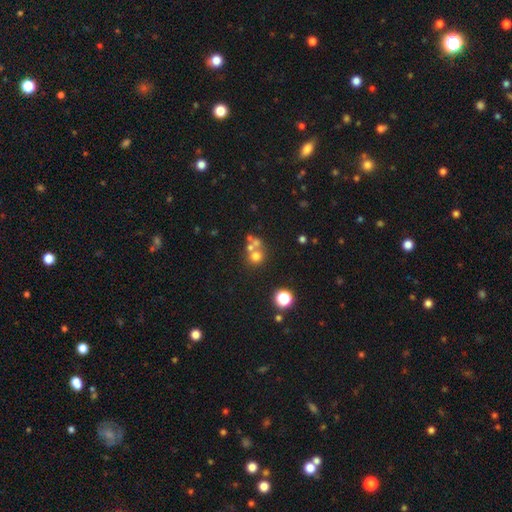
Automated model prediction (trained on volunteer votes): Overall: smooth (61%). How rounded: round (85%). Merging: none (45%; merger 43%).